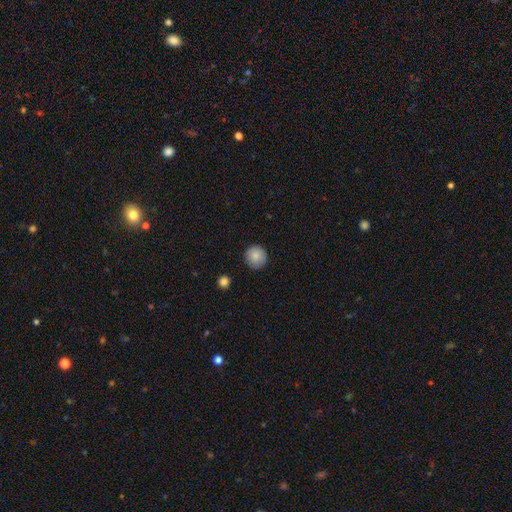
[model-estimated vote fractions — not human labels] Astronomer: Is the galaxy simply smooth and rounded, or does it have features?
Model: smooth — 86%.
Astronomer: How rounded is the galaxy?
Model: round — 94%.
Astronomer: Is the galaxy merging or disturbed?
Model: none — 89%.